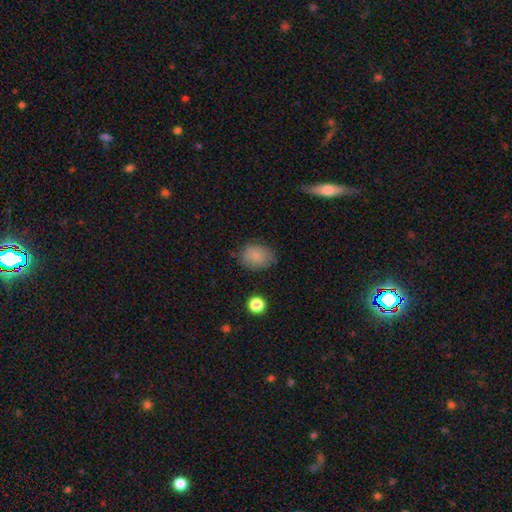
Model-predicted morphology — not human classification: Smooth or featured?
  - smooth: 85% *
  - star or artifact: 9%
  - featured or disk: 6%
How rounded?
  - in between: 55% *
  - round: 44%
  - cigar-shaped: 1%
Merging?
  - none: 77% *
  - minor disturbance: 17%
  - major disturbance: 4%
  - merger: 2%